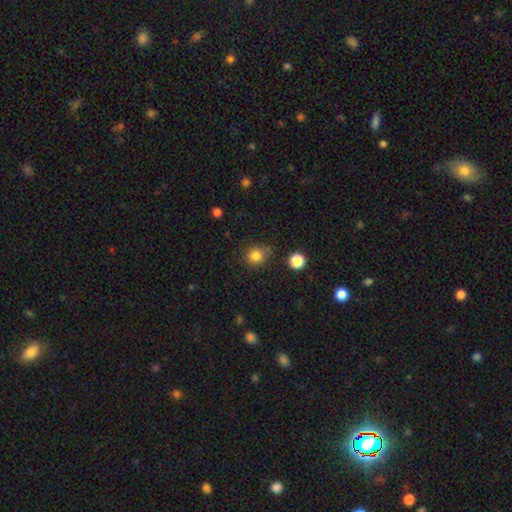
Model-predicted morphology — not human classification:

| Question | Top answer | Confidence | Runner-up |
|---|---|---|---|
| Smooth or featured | smooth | 83% | star or artifact (13%) |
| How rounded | round | 84% | in between (15%) |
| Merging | none | 75% | minor disturbance (17%) |